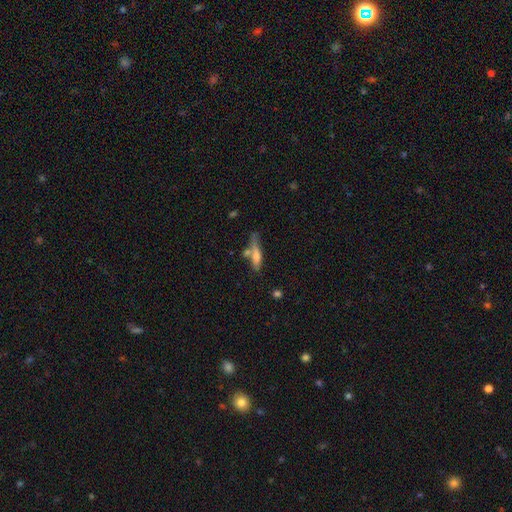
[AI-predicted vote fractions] smooth 63%, featured or disk 30%, star or artifact 8%. Down the decision tree: how rounded — cigar-shaped (75%); merging — none (47%).